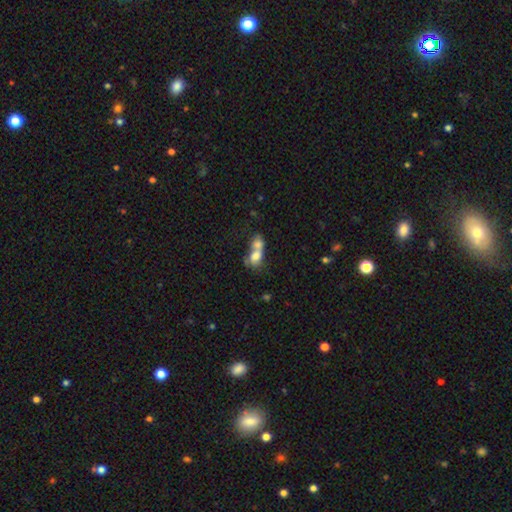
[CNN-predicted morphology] type=smooth (71%); roundness=in between (68%); merging=merger (77%).